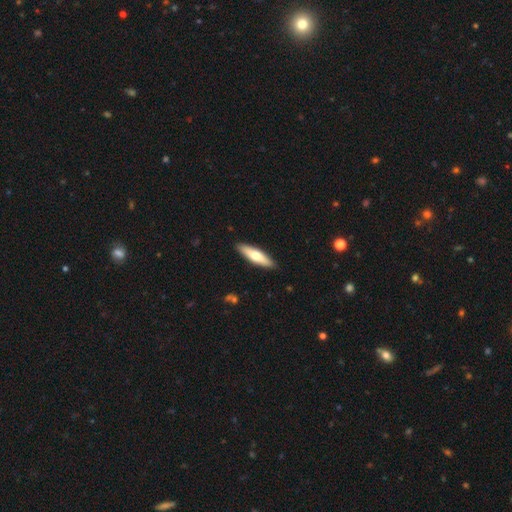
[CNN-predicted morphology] This is likely a smooth galaxy (61%). How rounded: likely cigar-shaped (66%). Merging: clearly none (90%).